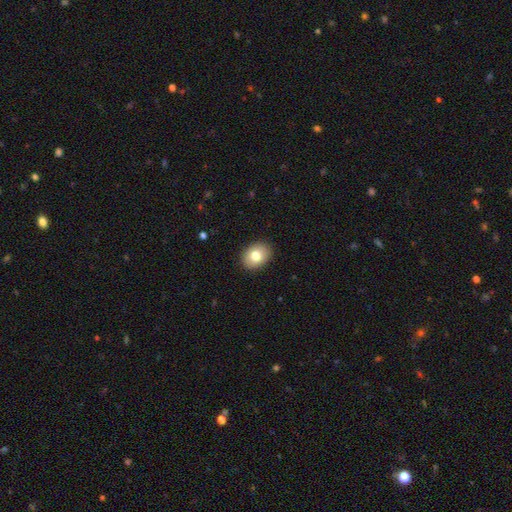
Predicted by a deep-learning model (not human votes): Morphology: type=smooth (79%); roundness=in between (63%); merging=none (91%).